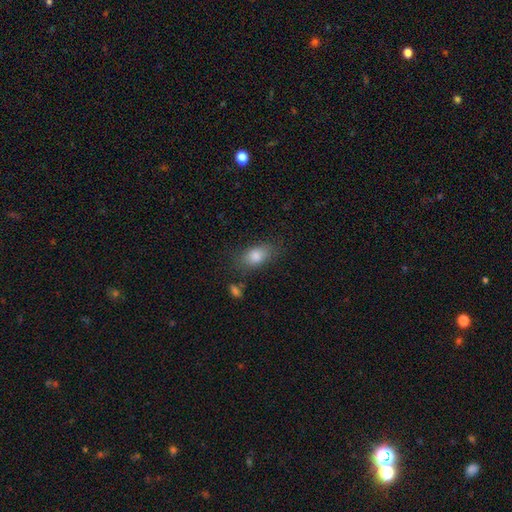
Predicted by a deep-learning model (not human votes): This appears to be a smooth galaxy with no disk features (81%) that is in between round and cigar-shaped (83%). Merging: none (75%).